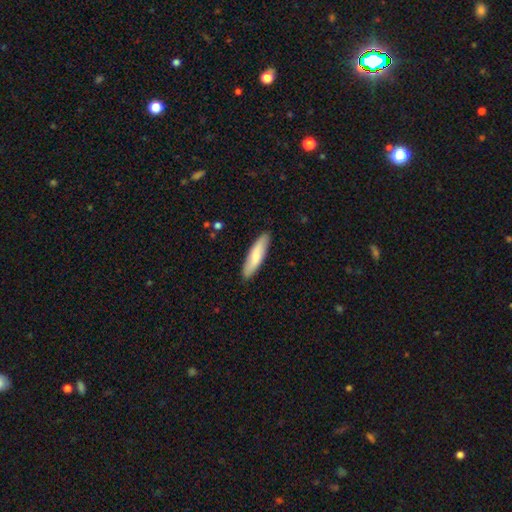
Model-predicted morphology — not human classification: Smooth or featured: smooth — 78% (featured or disk — 18%)
How rounded: cigar-shaped — 74% (in between — 25%)
Merging: none — 89% (minor disturbance — 8%)